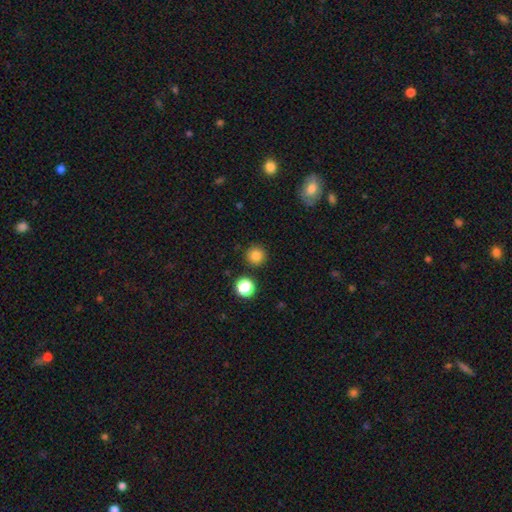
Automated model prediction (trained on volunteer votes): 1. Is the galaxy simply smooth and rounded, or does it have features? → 83% smooth, 13% star or artifact, 4% featured or disk.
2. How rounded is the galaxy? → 95% round, 4% in between, 1% cigar-shaped.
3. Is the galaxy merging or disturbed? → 90% none, 6% minor disturbance, 3% merger, 2% major disturbance.